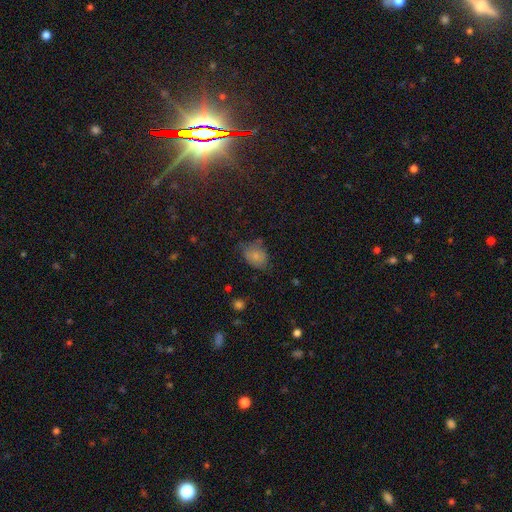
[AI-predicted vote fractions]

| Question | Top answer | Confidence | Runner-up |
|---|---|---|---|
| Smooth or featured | smooth | 74% | featured or disk (15%) |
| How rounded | in between | 65% | round (34%) |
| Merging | none | 52% | minor disturbance (34%) |